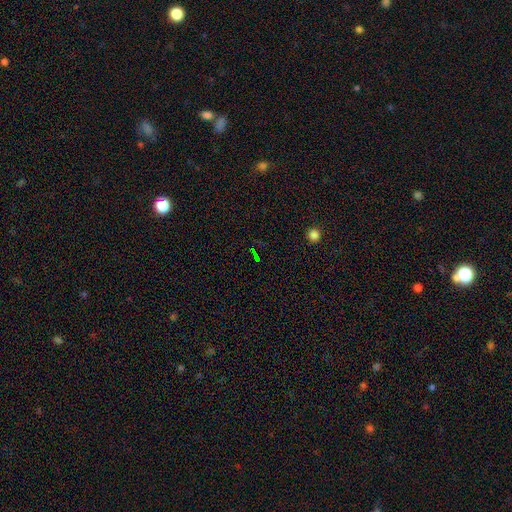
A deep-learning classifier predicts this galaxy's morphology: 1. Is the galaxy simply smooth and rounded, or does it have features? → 71% star or artifact, 17% smooth, 12% featured or disk.